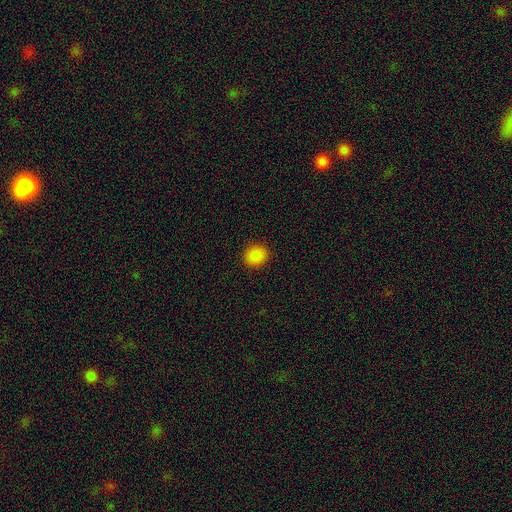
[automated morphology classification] Overall: smooth (87%). How rounded: round (78%). Merging: none (91%).